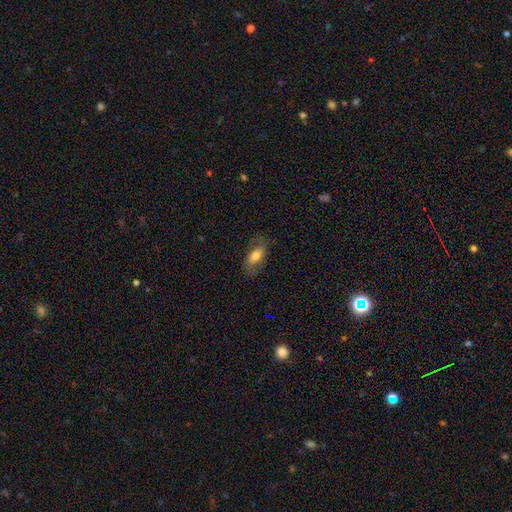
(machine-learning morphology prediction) Smooth or featured? smooth (62%)
How rounded? in between (86%)
Merging? none (74%)